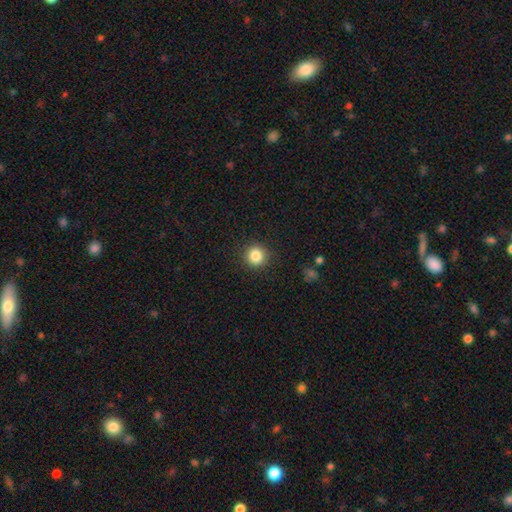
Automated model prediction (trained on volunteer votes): Smooth or featured: smooth — 84% (star or artifact — 11%)
How rounded: round — 92% (in between — 7%)
Merging: none — 90% (minor disturbance — 7%)